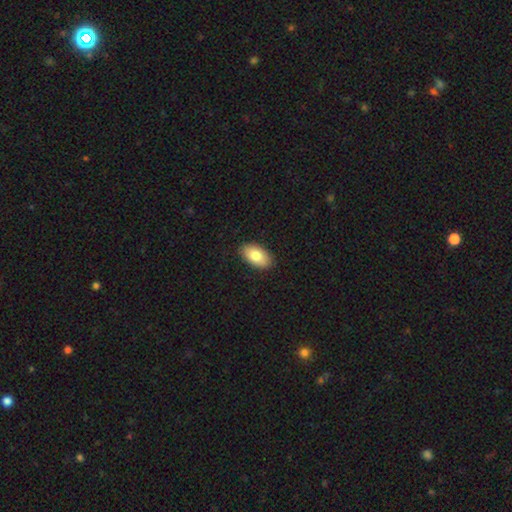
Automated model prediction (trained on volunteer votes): smooth_or_featured: smooth (p=0.82) [alt: featured or disk p=0.11]
how_rounded: in between (p=0.94) [alt: round p=0.04]
merging: none (p=0.88) [alt: minor disturbance p=0.09]